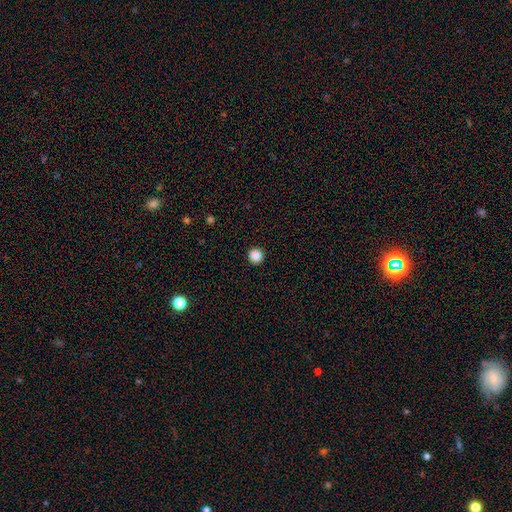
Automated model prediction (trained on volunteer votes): Q: Smooth or featured?
A: smooth (87%); runner-up: star or artifact (10%)
Q: How rounded?
A: round (96%); runner-up: in between (3%)
Q: Merging?
A: none (94%); runner-up: minor disturbance (4%)